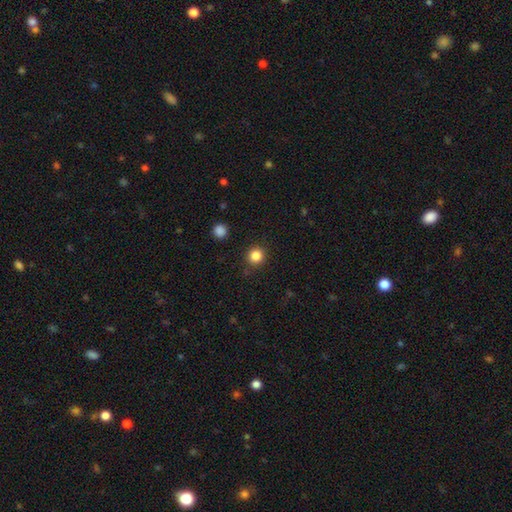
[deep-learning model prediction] Q: Smooth or featured?
A: smooth (84%); runner-up: star or artifact (12%)
Q: How rounded?
A: round (93%); runner-up: in between (7%)
Q: Merging?
A: none (89%); runner-up: minor disturbance (7%)